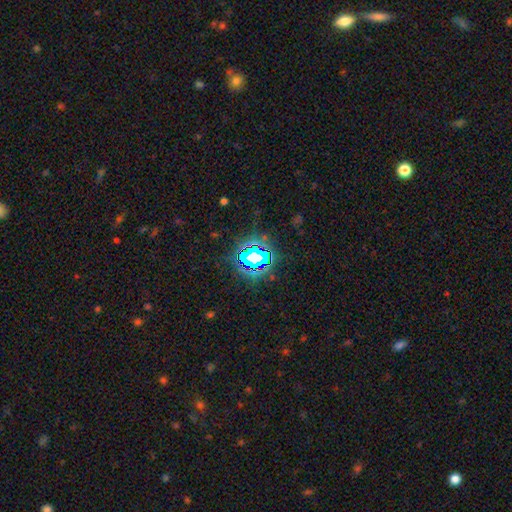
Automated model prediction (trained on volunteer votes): Smooth or featured?
  - star or artifact: 71% *
  - smooth: 17%
  - featured or disk: 12%